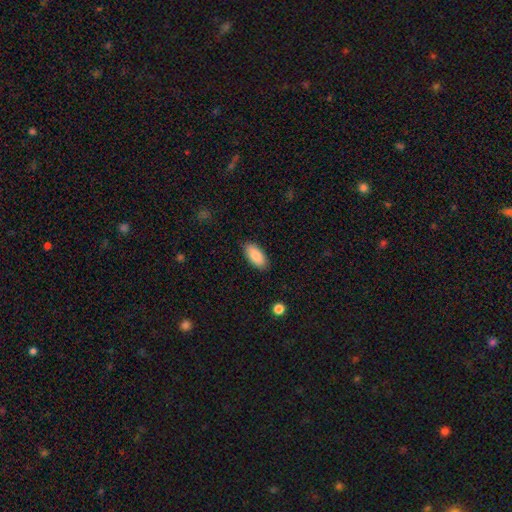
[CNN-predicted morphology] A smooth galaxy with no disk features (86%) that is in between round and cigar-shaped (90%). Merging: none (87%).